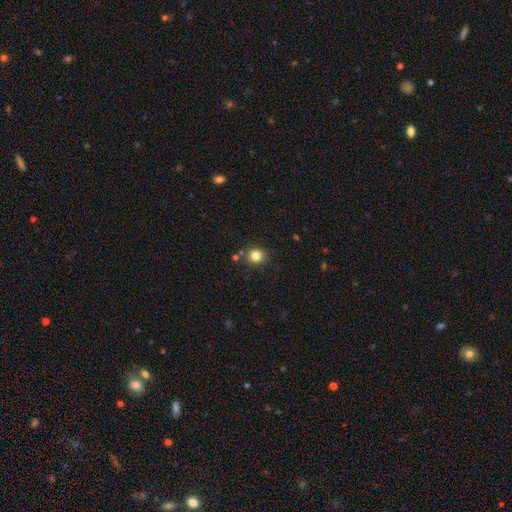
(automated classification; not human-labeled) smooth-or-featured: smooth: 82% | star or artifact: 12% | featured or disk: 6%
  how-rounded: round: 82% | in between: 17% | cigar-shaped: 1%
  merging: none: 82% | minor disturbance: 9% | merger: 6% | major disturbance: 3%